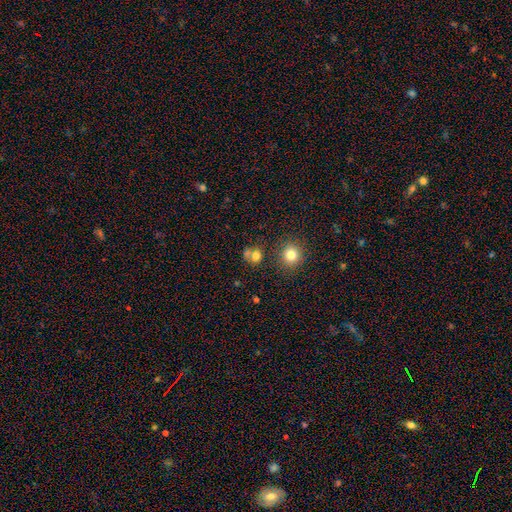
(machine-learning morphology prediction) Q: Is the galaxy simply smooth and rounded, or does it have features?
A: smooth — 75%.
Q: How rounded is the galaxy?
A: round — 72%.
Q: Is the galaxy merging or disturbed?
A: none — 51%.